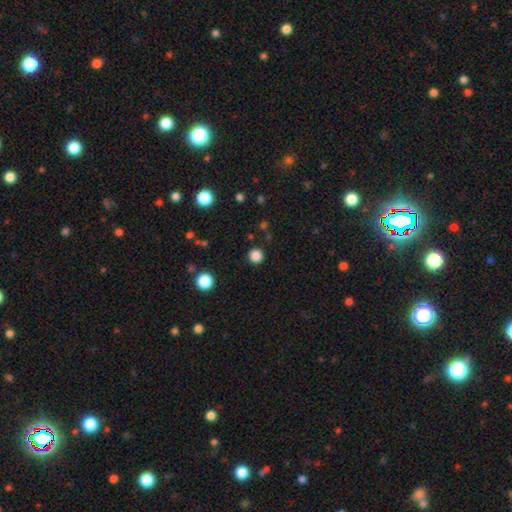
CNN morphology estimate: Smooth or featured? smooth (84%)
How rounded? round (95%)
Merging? none (91%)